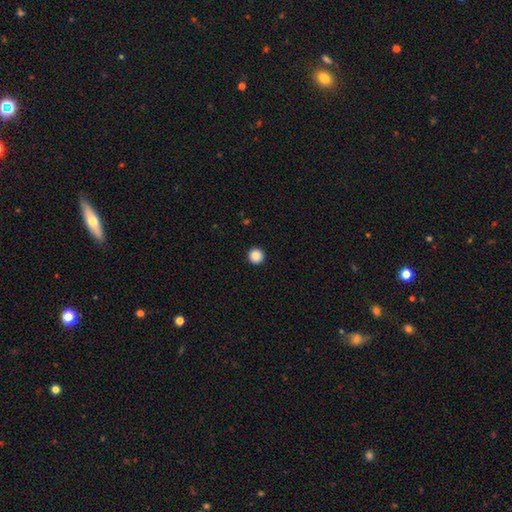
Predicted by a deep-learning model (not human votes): Overall: smooth (88%). How rounded: round (96%). Merging: none (94%).